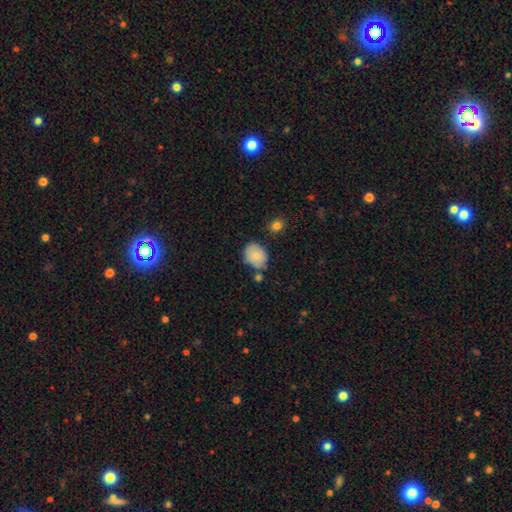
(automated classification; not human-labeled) smooth 82%, featured or disk 11%, star or artifact 7%. Down the decision tree: how rounded — in between (60%); merging — none (64%).